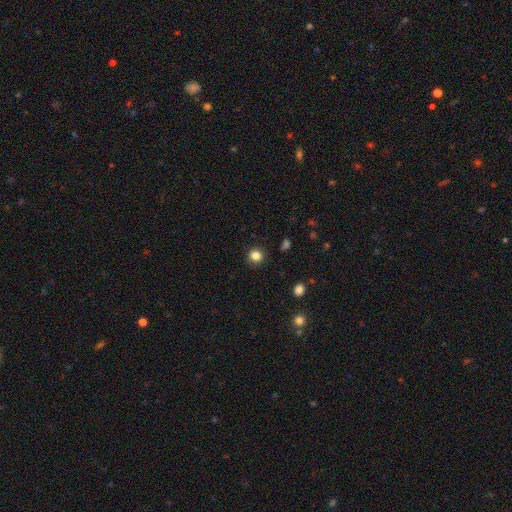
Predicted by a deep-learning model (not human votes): A smooth galaxy with no disk features (84%) that is round (91%).

Vote fractions:
- Smooth or featured? smooth: 84% / star or artifact: 12% / featured or disk: 5%
- How rounded? round: 91% / in between: 8% / cigar-shaped: 1%
- Merging? none: 91% / minor disturbance: 6% / major disturbance: 2% / merger: 1%